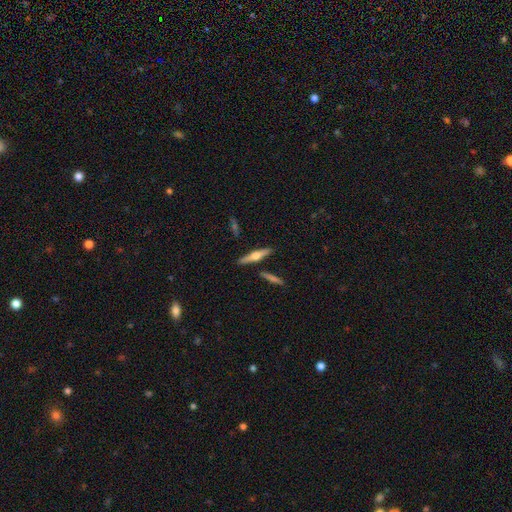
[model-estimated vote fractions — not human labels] Q: Smooth or featured?
A: featured or disk (66%); runner-up: smooth (28%)
Q: Edge-on disk?
A: yes (97%); runner-up: no (3%)
Q: Edge-on bulge?
A: rounded (92%); runner-up: boxy (5%)
Q: Merging?
A: none (86%); runner-up: minor disturbance (7%)